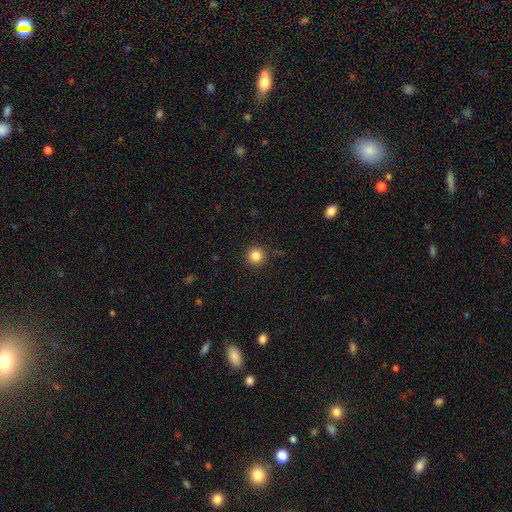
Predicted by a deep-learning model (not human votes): smooth 84%, star or artifact 11%, featured or disk 5%. Down the decision tree: how rounded — round (95%); merging — none (92%).